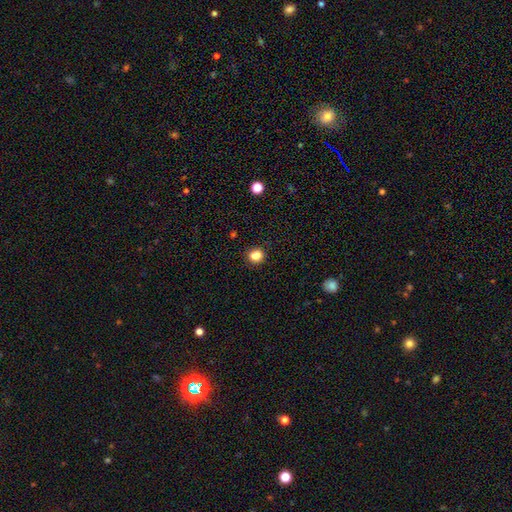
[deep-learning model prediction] Morphology: type=smooth (83%); roundness=round (70%); merging=none (78%).